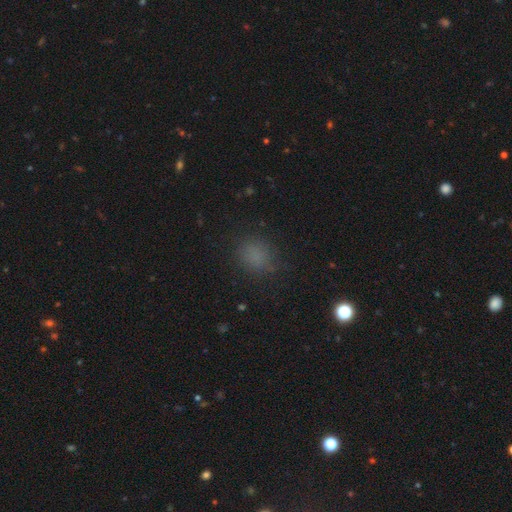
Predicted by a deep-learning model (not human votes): Smooth or featured: smooth — 77% (star or artifact — 18%)
How rounded: round — 62% (in between — 36%)
Merging: none — 81% (minor disturbance — 13%)